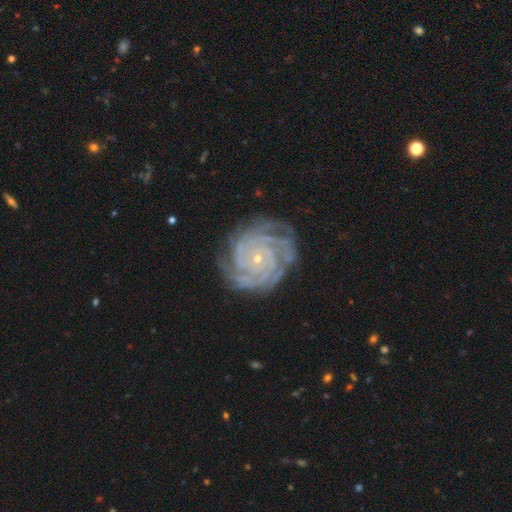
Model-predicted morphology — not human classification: Smooth or featured? featured or disk (87%)
Edge-on disk? no (98%)
Bar? no (78%)
Spiral arms? yes (98%)
Spiral winding? tight (83%)
Spiral arm count? 4 (25%)
Bulge size? small (84%)
Merging? none (80%)